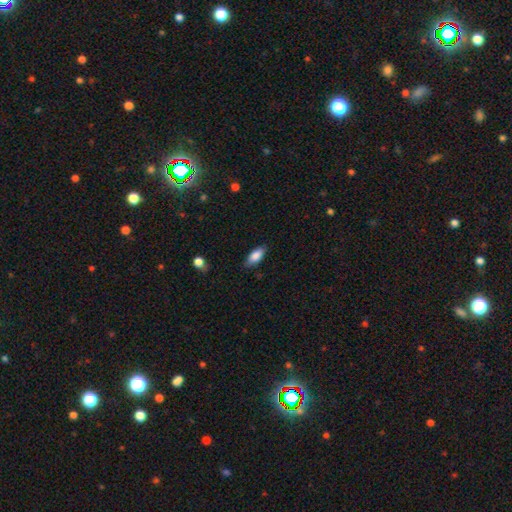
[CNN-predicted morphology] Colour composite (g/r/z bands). It shows a smooth galaxy with no disk features (84%) that is in between round and cigar-shaped (85%). Merging: none (81%).